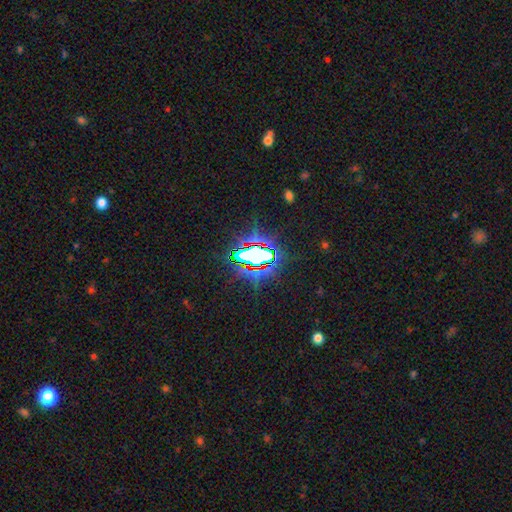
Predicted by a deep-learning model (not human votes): Morphology: type=star or artifact (72%).